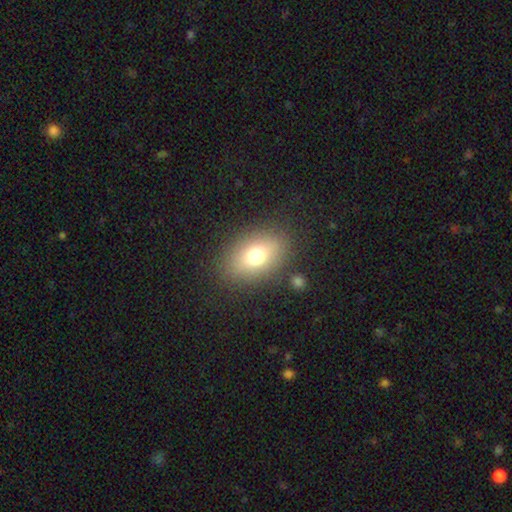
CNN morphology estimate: Smooth or featured?
  - smooth: 74% *
  - featured or disk: 14%
  - star or artifact: 11%
How rounded?
  - in between: 79% *
  - round: 19%
  - cigar-shaped: 2%
Merging?
  - none: 82% *
  - minor disturbance: 10%
  - major disturbance: 5%
  - merger: 3%